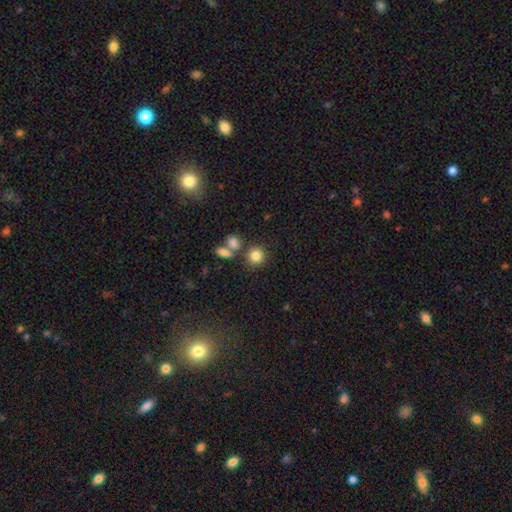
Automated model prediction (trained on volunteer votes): A smooth galaxy with no disk features (83%) that is round (85%).

Vote fractions:
- Smooth or featured? smooth: 83% / star or artifact: 11% / featured or disk: 6%
- How rounded? round: 85% / in between: 13% / cigar-shaped: 1%
- Merging? none: 69% / merger: 18% / minor disturbance: 9% / major disturbance: 4%